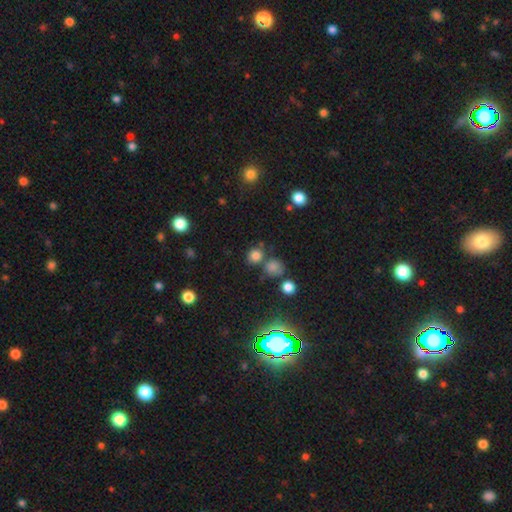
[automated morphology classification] Smooth or featured: smooth — 77% (star or artifact — 17%)
How rounded: round — 79% (in between — 20%)
Merging: none — 68% (merger — 17%)